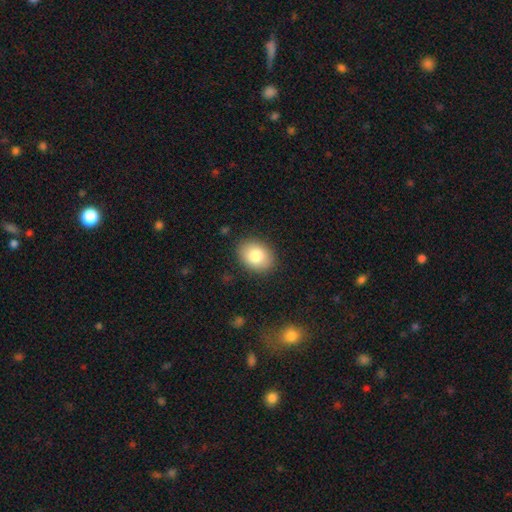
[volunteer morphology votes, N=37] A smooth galaxy with no disk features (84%) that is in between round and cigar-shaped (68%). Merging: none (89%).